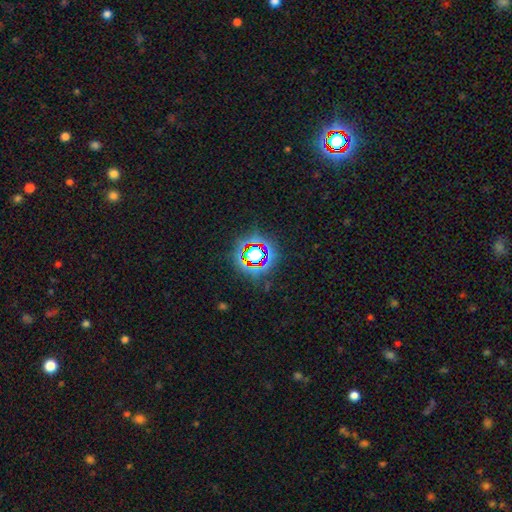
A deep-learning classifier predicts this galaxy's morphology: Overall: star or artifact (70%).